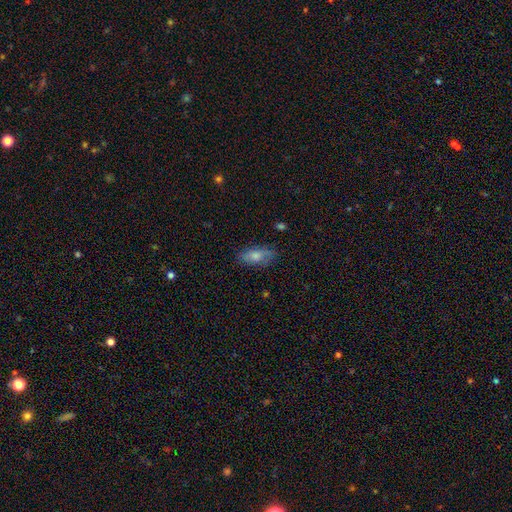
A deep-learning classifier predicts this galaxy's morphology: Smooth or featured? Predicted: smooth (p=0.75). How rounded? Predicted: in between (p=0.85). Merging? Predicted: none (p=0.75).